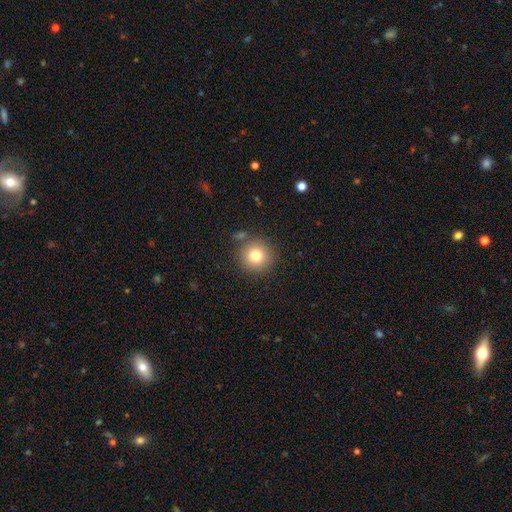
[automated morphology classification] A smooth galaxy with no disk features (79%) that is round (93%).

Vote fractions:
- Smooth or featured? smooth: 79% / star or artifact: 12% / featured or disk: 9%
- How rounded? round: 93% / in between: 6% / cigar-shaped: 1%
- Merging? none: 82% / minor disturbance: 9% / merger: 6% / major disturbance: 3%